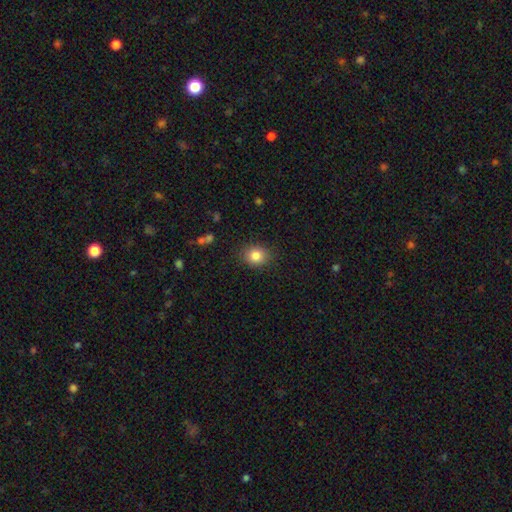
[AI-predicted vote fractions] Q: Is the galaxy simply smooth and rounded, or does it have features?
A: smooth — 84%.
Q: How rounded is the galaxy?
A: round — 64%.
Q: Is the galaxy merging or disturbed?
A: none — 87%.